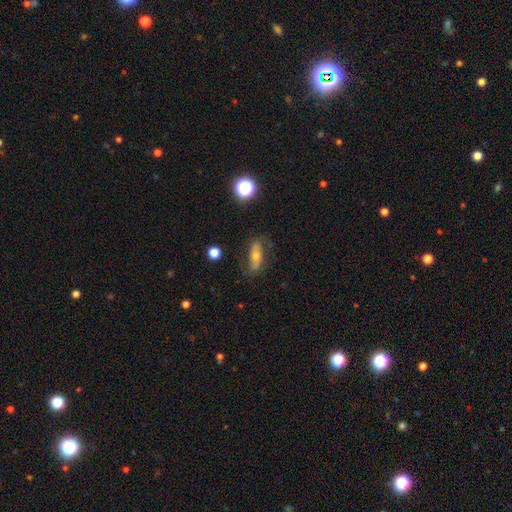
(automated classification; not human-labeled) Morphology: type=featured or disk (53%); edge-on=no (77%); merging=none (72%).